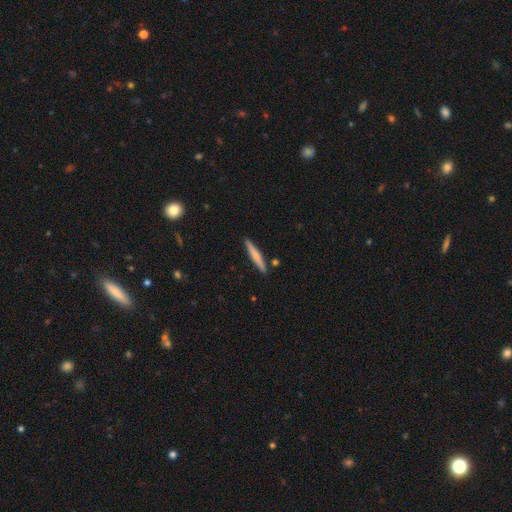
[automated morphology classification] type=smooth (63%); roundness=cigar-shaped (94%); merging=none (89%).